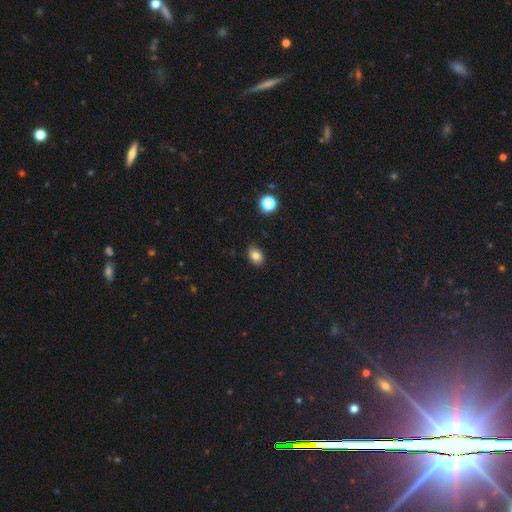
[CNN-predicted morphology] Smooth or featured? Predicted: smooth (p=0.82). How rounded? Predicted: in between (p=0.74). Merging? Predicted: none (p=0.86).